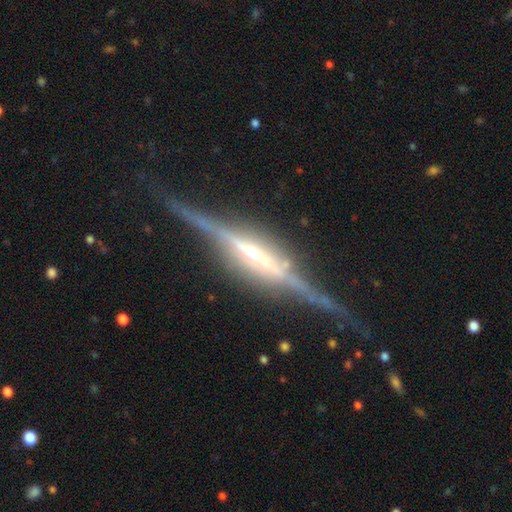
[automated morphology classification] A featured or disk galaxy (91%) viewed edge-on (97%) with a rounded central bulge (59%). Merging: none (81%).